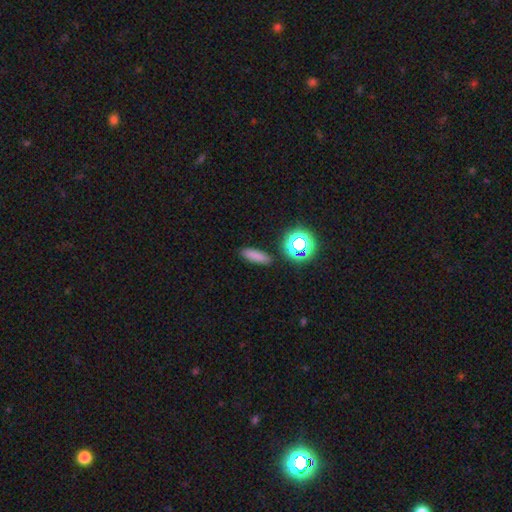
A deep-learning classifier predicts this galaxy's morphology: The model was most divided on "how rounded": cigar-shaped: 57%, in between: 38%, round: 6%. More confident: merging — none (88%); smooth or featured — smooth (76%).